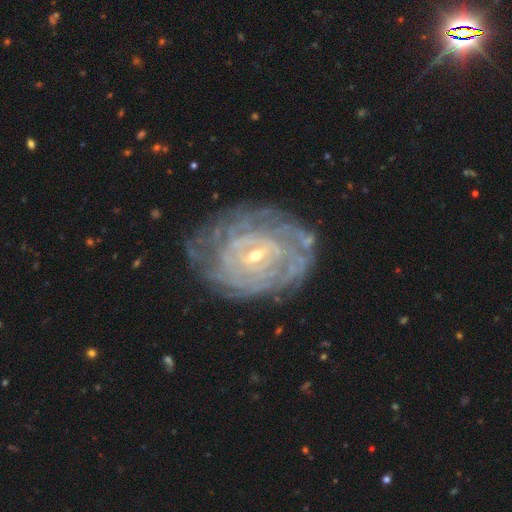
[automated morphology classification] Smooth or featured: featured or disk — 88% (smooth — 6%)
Edge-on disk: no — 96% (yes — 4%)
Bar: weak — 53% (no — 26%)
Spiral arms: yes — 95% (no — 5%)
Spiral winding: tight — 83% (medium — 14%)
Spiral arm count: can't tell — 40% (more than 4 — 18%)
Bulge size: small — 63% (moderate — 33%)
Merging: none — 72% (minor disturbance — 18%)